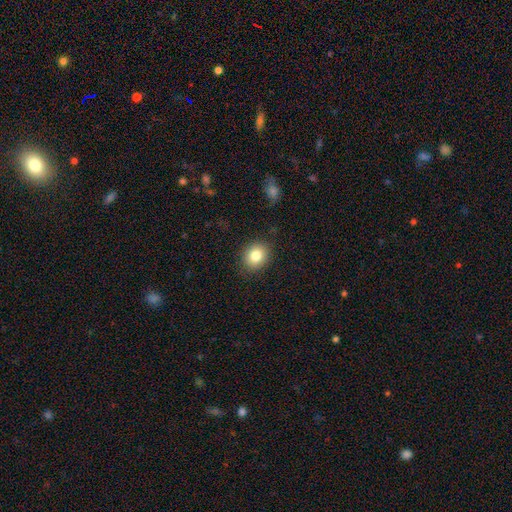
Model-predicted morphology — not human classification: type=smooth (82%); roundness=round (70%); merging=none (88%).